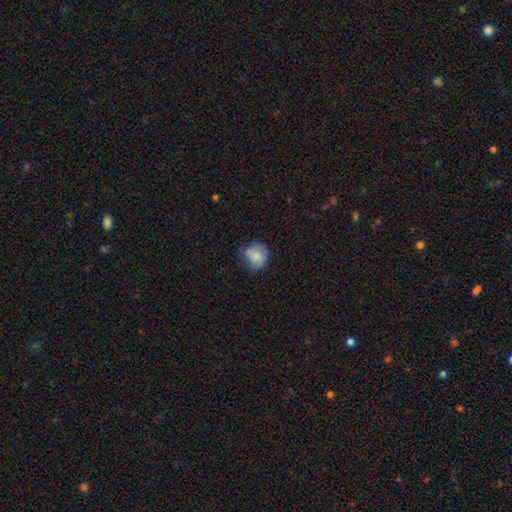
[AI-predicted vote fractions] Smooth or featured? Predicted: smooth (p=0.74). How rounded? Predicted: round (p=0.82). Merging? Predicted: none (p=0.59).